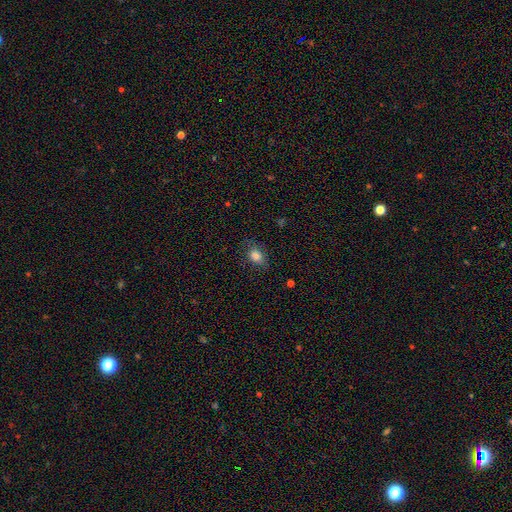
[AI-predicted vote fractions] Smooth or featured: smooth — 82% (star or artifact — 9%)
How rounded: in between — 75% (round — 24%)
Merging: none — 74% (minor disturbance — 18%)